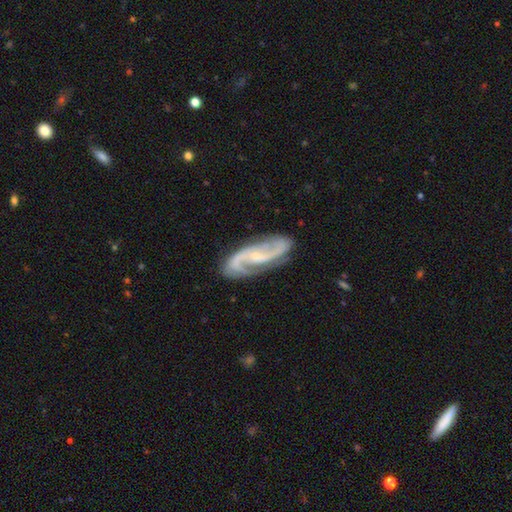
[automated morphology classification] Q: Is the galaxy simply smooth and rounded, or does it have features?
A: featured or disk — 90%.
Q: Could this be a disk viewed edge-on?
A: no — 95%.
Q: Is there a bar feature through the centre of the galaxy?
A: weak — 42%.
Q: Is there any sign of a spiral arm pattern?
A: yes — 98%.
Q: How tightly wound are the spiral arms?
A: medium — 51%.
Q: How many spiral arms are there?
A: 2 — 92%.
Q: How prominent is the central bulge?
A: small — 65%.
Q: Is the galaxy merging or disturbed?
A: none — 82%.